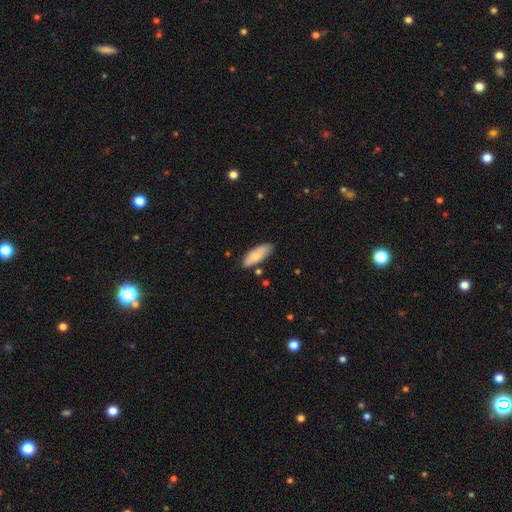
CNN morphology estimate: This appears to be a smooth galaxy with no disk features (77%) that is in between round and cigar-shaped (71%). Merging: none (78%).